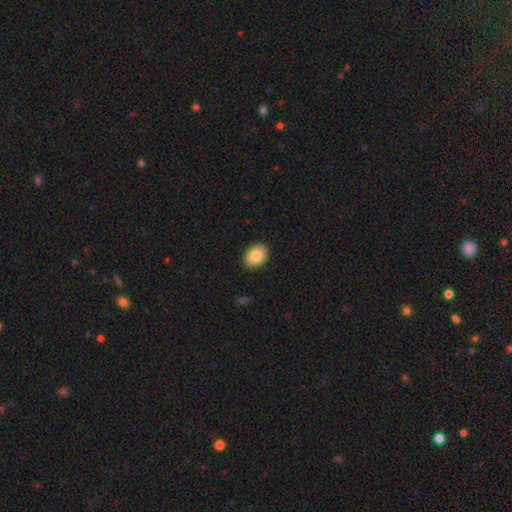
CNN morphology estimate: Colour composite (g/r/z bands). It shows a smooth galaxy with no disk features (86%) that is in between round and cigar-shaped (70%). Merging: none (89%).